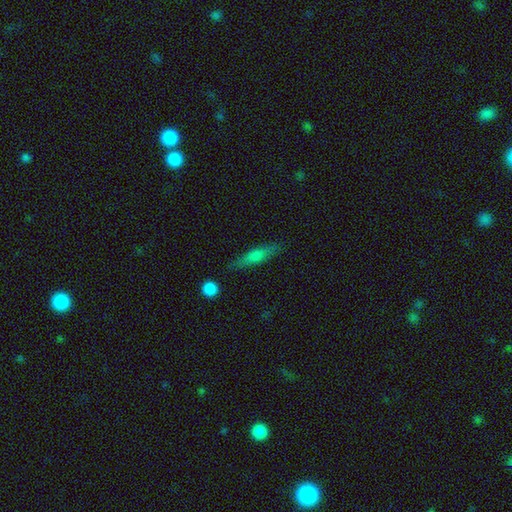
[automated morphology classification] Smooth or featured? Predicted: featured or disk (p=0.46). Merging? Predicted: none (p=0.86).